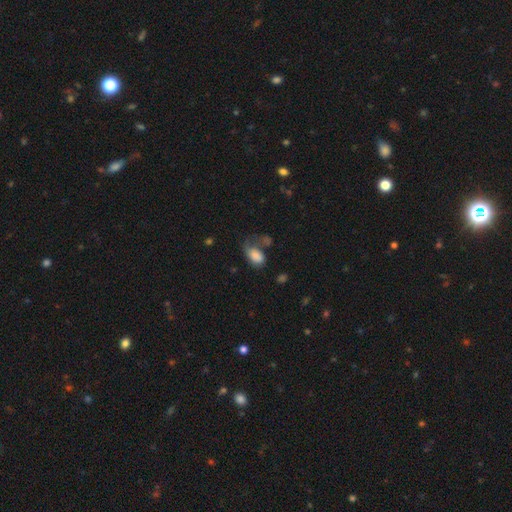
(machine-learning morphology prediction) smooth 74%, featured or disk 16%, star or artifact 9%. Down the decision tree: how rounded — in between (89%); merging — major disturbance (37%).